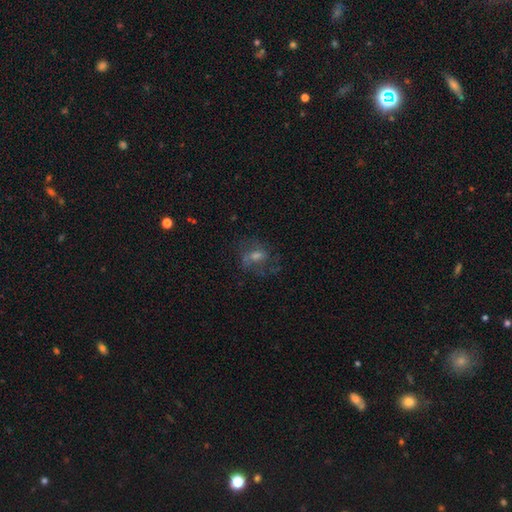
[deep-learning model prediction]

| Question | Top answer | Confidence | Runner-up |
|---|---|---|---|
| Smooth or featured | featured or disk | 57% | smooth (24%) |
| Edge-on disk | no | 95% | yes (5%) |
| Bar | weak | 45% | no (44%) |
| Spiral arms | yes | 76% | no (24%) |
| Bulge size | moderate | 50% | small (29%) |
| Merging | none | 62% | major disturbance (18%) |